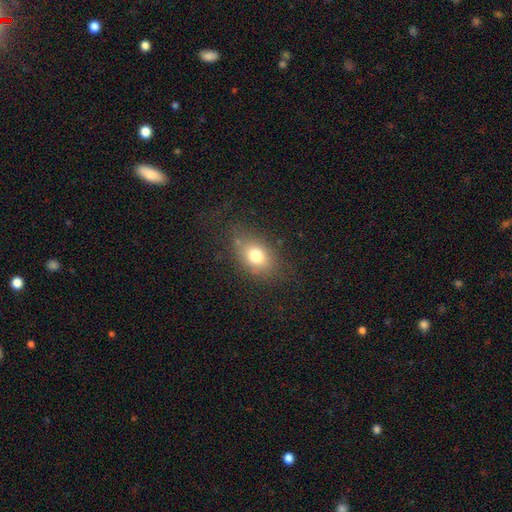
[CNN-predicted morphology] smooth-or-featured: smooth: 75% | featured or disk: 13% | star or artifact: 11%
  how-rounded: in between: 74% | round: 25% | cigar-shaped: 2%
  merging: none: 72% | minor disturbance: 18% | major disturbance: 8% | merger: 2%